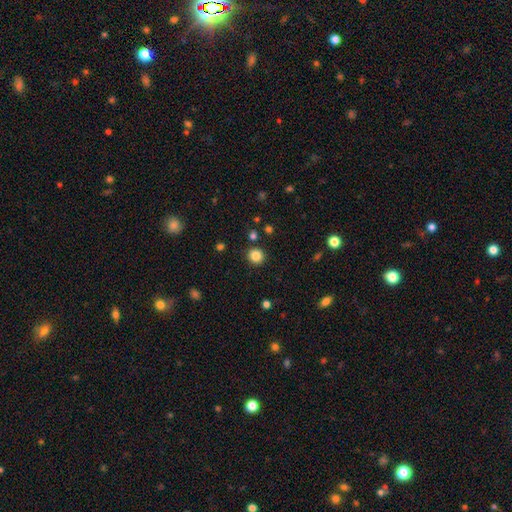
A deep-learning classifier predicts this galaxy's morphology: smooth_or_featured: smooth (p=0.84) [alt: star or artifact p=0.12]
how_rounded: round (p=0.91) [alt: in between p=0.08]
merging: none (p=0.90) [alt: minor disturbance p=0.06]